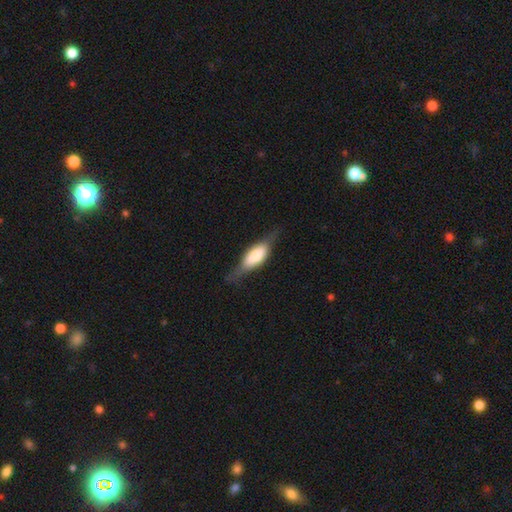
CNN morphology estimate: smooth-or-featured: smooth: 52% | featured or disk: 42% | star or artifact: 6%
  how-rounded: in between: 63% | cigar-shaped: 34% | round: 3%
  merging: none: 64% | minor disturbance: 24% | major disturbance: 10% | merger: 2%